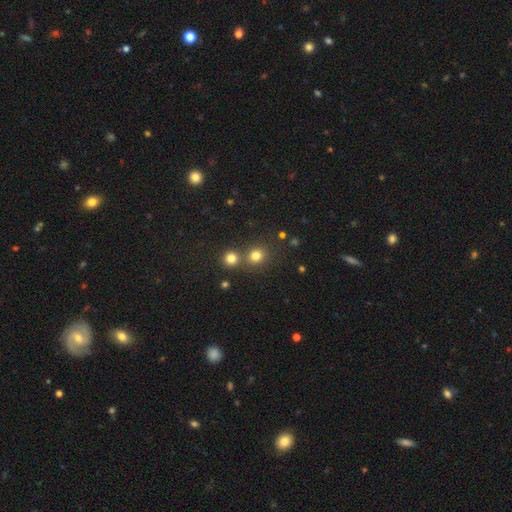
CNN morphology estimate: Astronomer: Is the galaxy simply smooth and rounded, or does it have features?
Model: smooth — 78%.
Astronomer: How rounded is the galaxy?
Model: round — 84%.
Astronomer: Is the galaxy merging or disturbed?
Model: none — 67%.